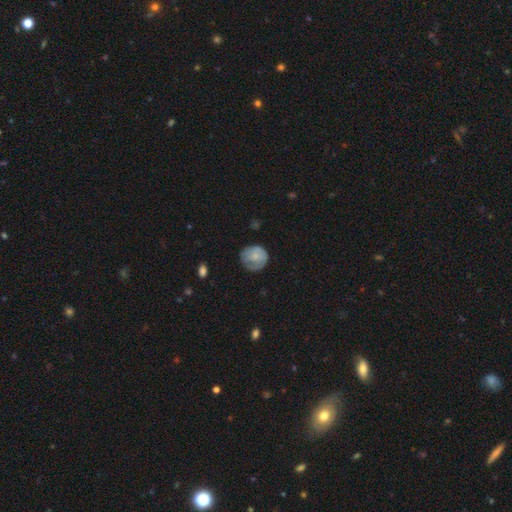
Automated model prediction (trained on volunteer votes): Overall: smooth (63%; featured or disk 30%). How rounded: round (84%). Merging: none (63%; minor disturbance 25%).